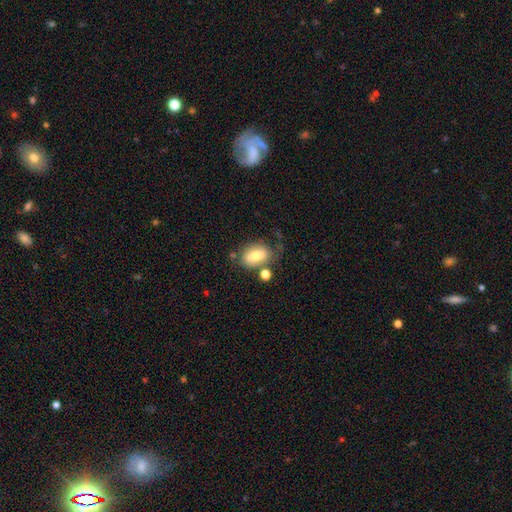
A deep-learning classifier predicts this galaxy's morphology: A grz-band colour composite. It shows a smooth galaxy with no disk features (73%) that is in between round and cigar-shaped (86%). Merging: none (56%).